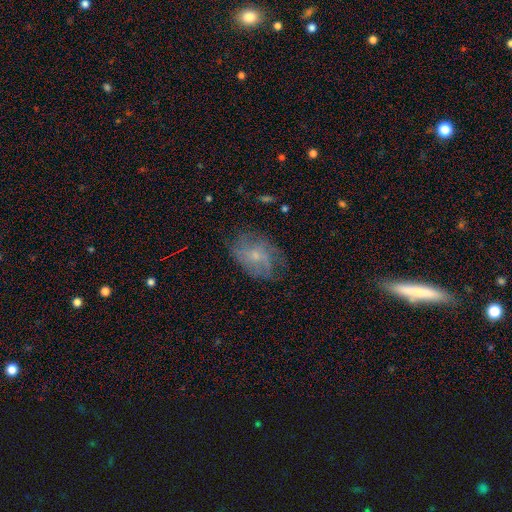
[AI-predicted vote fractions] This is likely a featured or disk galaxy (60%). It is clearly not viewed edge-on (96%). Bar: likely no (75%). Spiral arm pattern: likely yes (77%). Central bulge: likely small (63%). Merging: likely none (63%).